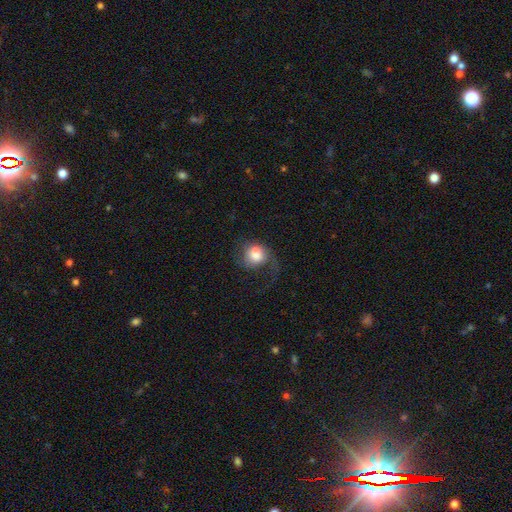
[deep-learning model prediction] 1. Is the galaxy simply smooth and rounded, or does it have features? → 61% smooth, 29% featured or disk, 9% star or artifact.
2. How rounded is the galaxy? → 63% round, 36% in between, 1% cigar-shaped.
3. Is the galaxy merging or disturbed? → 36% major disturbance, 30% none, 19% minor disturbance, 15% merger.